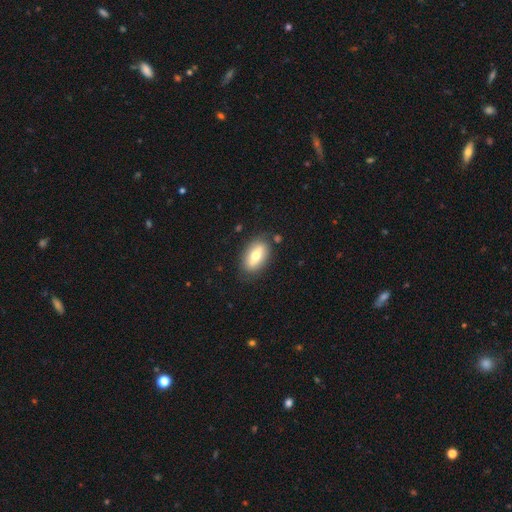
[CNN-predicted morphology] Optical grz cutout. It shows a smooth galaxy with no disk features (64%) that is in between round and cigar-shaped (89%). Merging: none (81%).